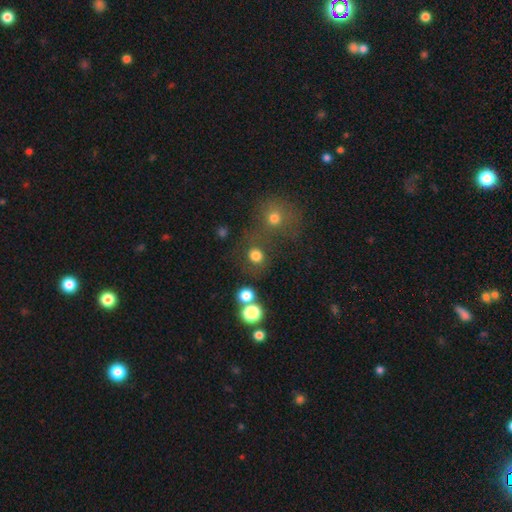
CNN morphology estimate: A smooth galaxy with no disk features (78%) that is round (86%).

Vote fractions:
- Smooth or featured? smooth: 78% / star or artifact: 16% / featured or disk: 6%
- How rounded? round: 86% / in between: 13% / cigar-shaped: 1%
- Merging? none: 70% / merger: 14% / minor disturbance: 10% / major disturbance: 6%